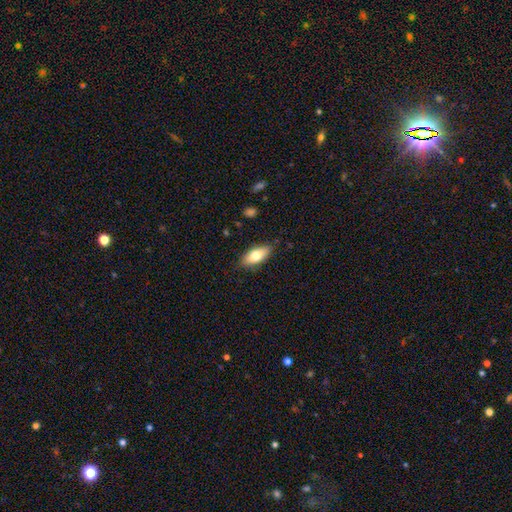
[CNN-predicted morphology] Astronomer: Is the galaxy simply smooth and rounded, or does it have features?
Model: smooth — 73%.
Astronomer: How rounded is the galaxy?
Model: in between — 82%.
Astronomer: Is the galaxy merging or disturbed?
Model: none — 85%.